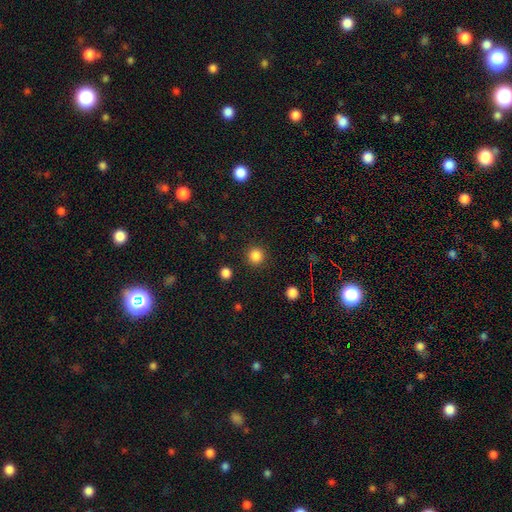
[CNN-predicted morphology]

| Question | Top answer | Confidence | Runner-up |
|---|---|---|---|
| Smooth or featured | smooth | 85% | star or artifact (12%) |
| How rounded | round | 95% | in between (4%) |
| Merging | none | 92% | minor disturbance (5%) |